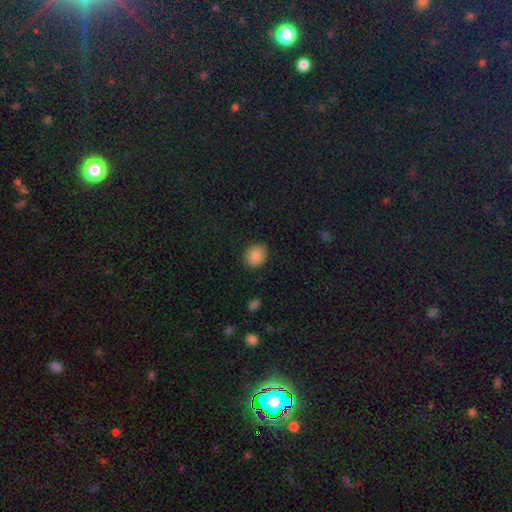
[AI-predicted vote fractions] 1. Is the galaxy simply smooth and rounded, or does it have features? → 86% smooth, 9% star or artifact, 5% featured or disk.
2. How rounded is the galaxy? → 68% round, 31% in between, 1% cigar-shaped.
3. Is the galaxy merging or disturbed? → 85% none, 11% minor disturbance, 2% major disturbance, 1% merger.